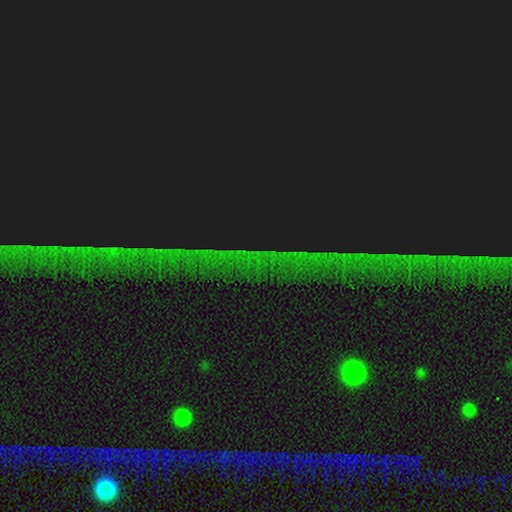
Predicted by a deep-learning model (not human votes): Smooth or featured?
  - star or artifact: 86% *
  - featured or disk: 7%
  - smooth: 6%